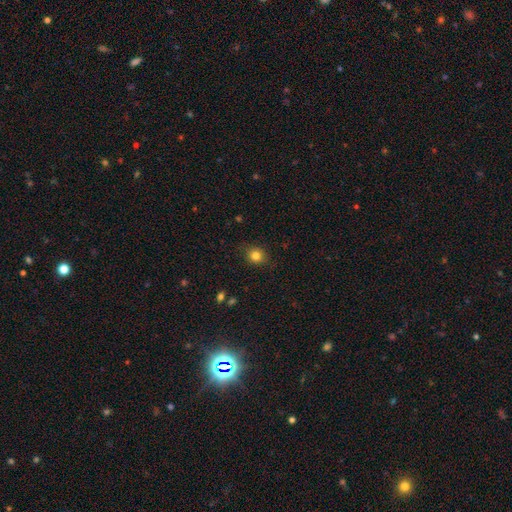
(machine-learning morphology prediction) This is clearly a smooth galaxy (82%). How rounded: likely round (75%). Merging: clearly none (84%).